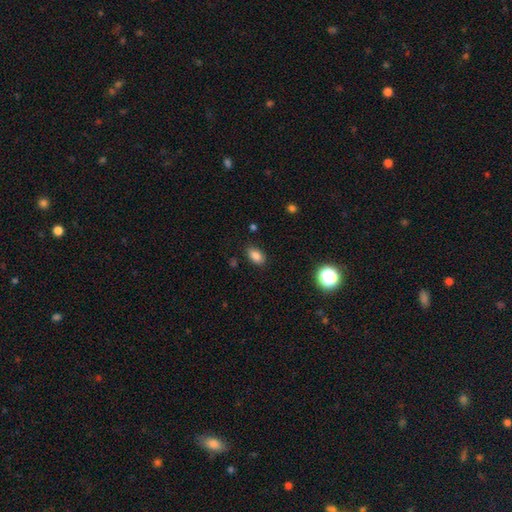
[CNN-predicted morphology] smooth-or-featured: smooth: 84% | star or artifact: 11% | featured or disk: 5%
  how-rounded: in between: 88% | round: 10% | cigar-shaped: 2%
  merging: none: 85% | minor disturbance: 11% | major disturbance: 3% | merger: 2%